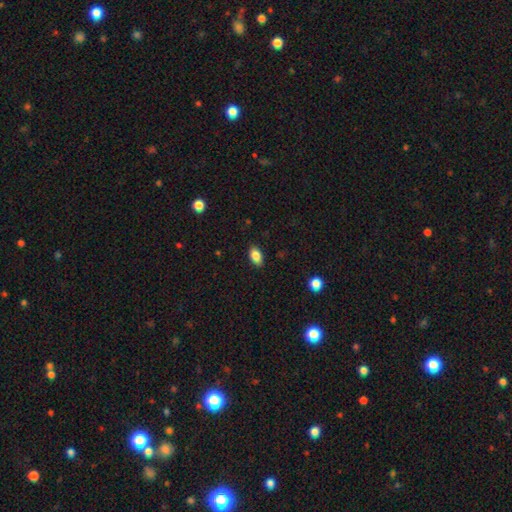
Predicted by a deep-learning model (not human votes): Morphology: type=smooth (84%); roundness=in between (90%); merging=none (87%).